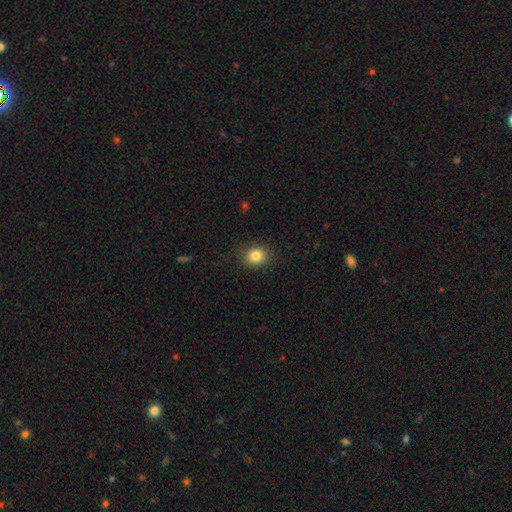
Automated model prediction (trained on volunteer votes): Smooth or featured? smooth (84%)
How rounded? round (69%)
Merging? none (88%)